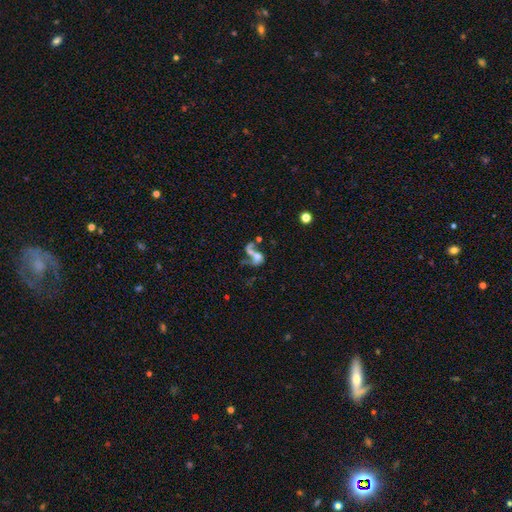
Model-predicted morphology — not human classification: Smooth or featured? featured or disk (54%)
Edge-on disk? no (95%)
Bar? no (72%)
Spiral arms? no (51%)
Bulge size? none (40%)
Merging? merger (45%)